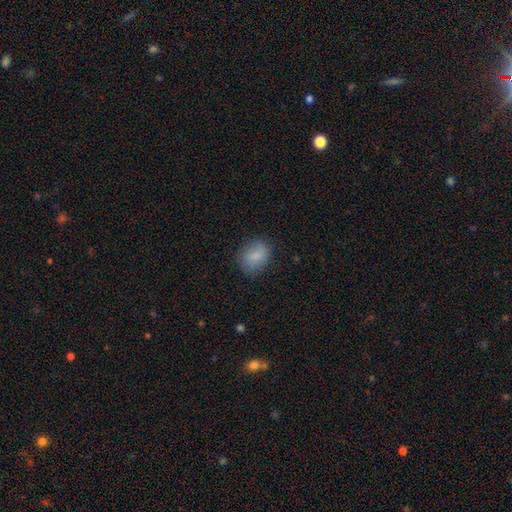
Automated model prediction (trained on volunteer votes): The model was most divided on "how rounded": in between: 56%, round: 42%, cigar-shaped: 1%. More confident: smooth or featured — smooth (85%); merging — none (79%).